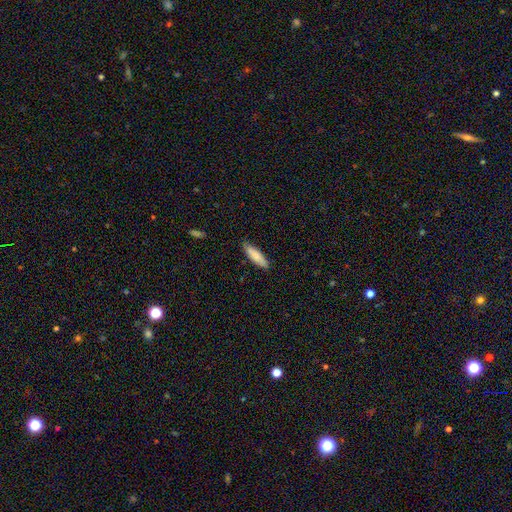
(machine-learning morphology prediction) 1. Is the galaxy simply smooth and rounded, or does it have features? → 83% smooth, 12% featured or disk, 6% star or artifact.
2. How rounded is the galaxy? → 63% cigar-shaped, 36% in between, 1% round.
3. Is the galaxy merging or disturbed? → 83% none, 14% minor disturbance, 2% major disturbance, 1% merger.